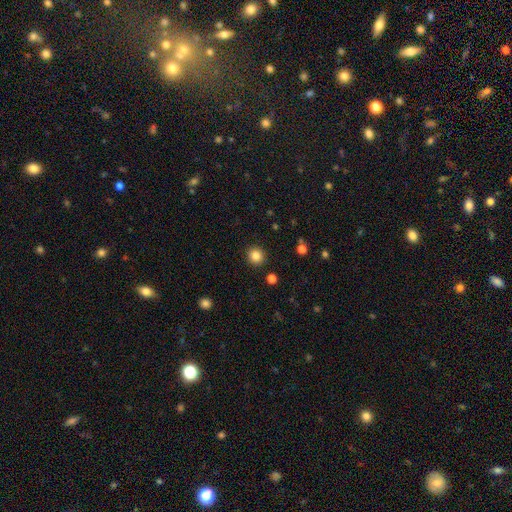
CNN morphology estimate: The model was most divided on "smooth or featured": smooth: 84%, star or artifact: 11%, featured or disk: 5%. More confident: merging — none (92%); how rounded — round (92%).